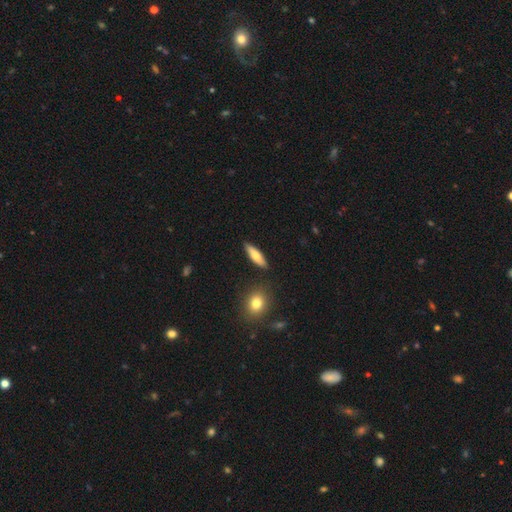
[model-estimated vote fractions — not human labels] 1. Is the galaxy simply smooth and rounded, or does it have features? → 67% smooth, 27% featured or disk, 6% star or artifact.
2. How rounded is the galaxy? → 59% cigar-shaped, 38% in between, 3% round.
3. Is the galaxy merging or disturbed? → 86% none, 9% minor disturbance, 3% merger, 2% major disturbance.